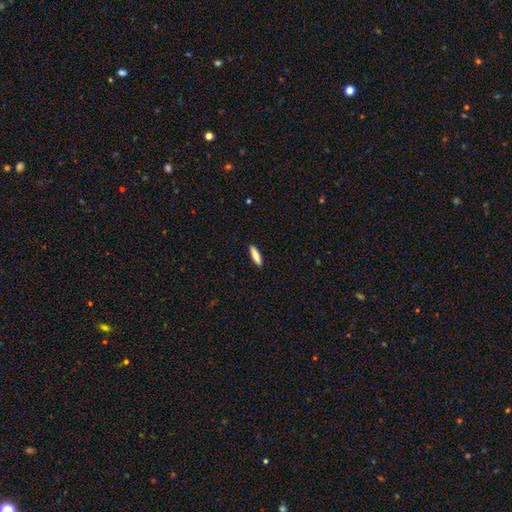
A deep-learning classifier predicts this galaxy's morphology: A smooth galaxy with no disk features (80%) that is cigar-shaped (69%).

Vote fractions:
- Smooth or featured? smooth: 80% / featured or disk: 14% / star or artifact: 6%
- How rounded? cigar-shaped: 69% / in between: 30% / round: 2%
- Merging? none: 91% / minor disturbance: 7% / major disturbance: 2% / merger: 1%